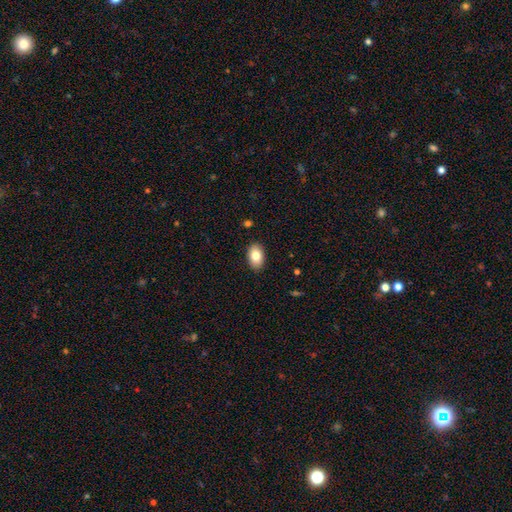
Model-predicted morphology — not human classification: Smooth or featured?
  - smooth: 82% *
  - featured or disk: 11%
  - star or artifact: 7%
How rounded?
  - in between: 91% *
  - round: 8%
  - cigar-shaped: 1%
Merging?
  - none: 89% *
  - minor disturbance: 8%
  - major disturbance: 2%
  - merger: 1%